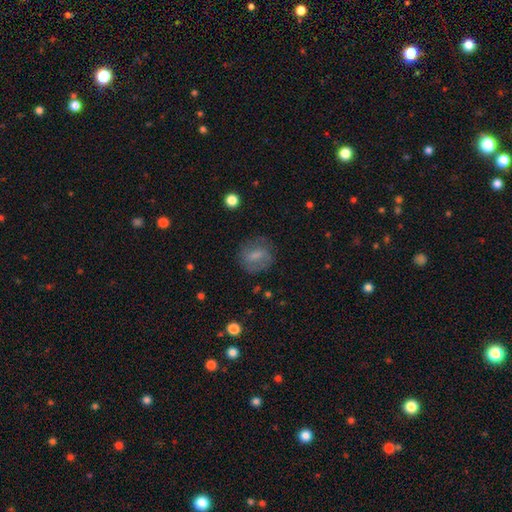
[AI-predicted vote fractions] This appears to be a smooth galaxy with no disk features (57%) that is round (67%). Merging: none (68%).